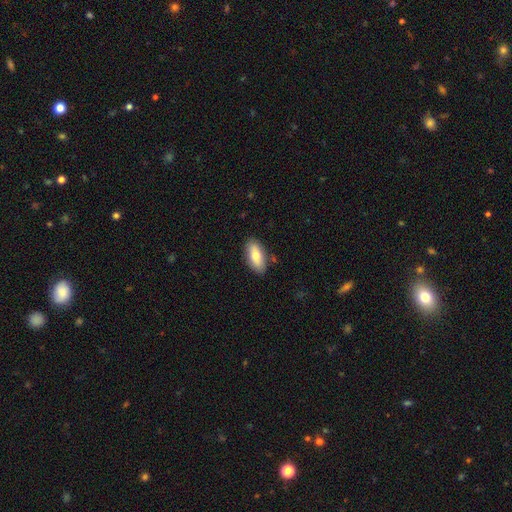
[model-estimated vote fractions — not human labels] A smooth galaxy with no disk features (75%) that is in between round and cigar-shaped (88%). Merging: none (84%).